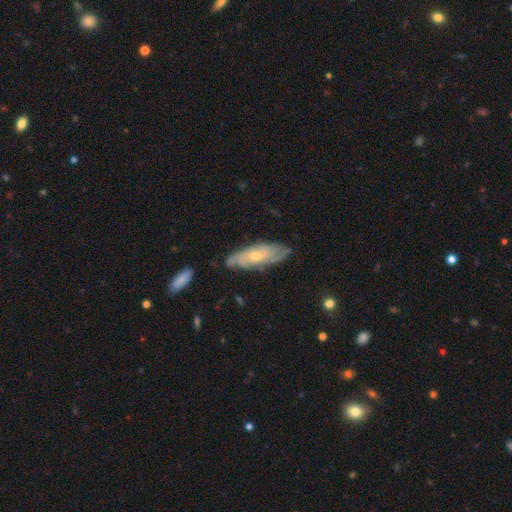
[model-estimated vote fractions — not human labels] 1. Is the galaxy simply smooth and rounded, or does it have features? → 66% featured or disk, 27% smooth, 7% star or artifact.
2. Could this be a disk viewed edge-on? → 79% no, 21% yes.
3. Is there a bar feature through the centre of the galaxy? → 74% no, 22% weak, 4% strong.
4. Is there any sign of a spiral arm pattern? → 84% yes, 16% no.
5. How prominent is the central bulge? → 60% small, 36% moderate, 1% none, 1% large, 1% dominant.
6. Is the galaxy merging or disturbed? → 77% none, 18% minor disturbance, 4% major disturbance, 2% merger.